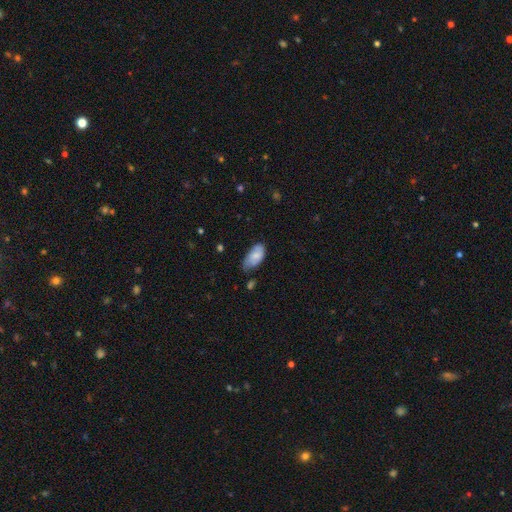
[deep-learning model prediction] Q: Smooth or featured?
A: smooth (72%); runner-up: featured or disk (21%)
Q: How rounded?
A: in between (93%); runner-up: cigar-shaped (4%)
Q: Merging?
A: none (50%); runner-up: minor disturbance (39%)